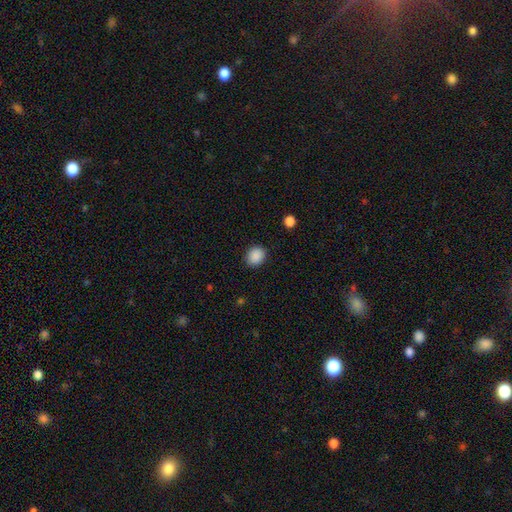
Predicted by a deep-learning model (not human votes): A smooth galaxy with no disk features (89%) that is round (64%).

Vote fractions:
- Smooth or featured? smooth: 89% / star or artifact: 8% / featured or disk: 3%
- How rounded? round: 64% / in between: 35% / cigar-shaped: 1%
- Merging? none: 88% / minor disturbance: 9% / major disturbance: 3% / merger: 1%